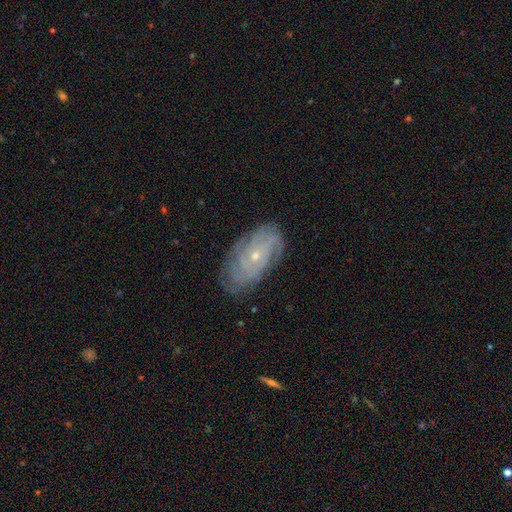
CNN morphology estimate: Smooth or featured? Predicted: featured or disk (p=0.82). Edge-on disk? Predicted: no (p=0.95). Bar? Predicted: no (p=0.75). Spiral arms? Predicted: yes (p=0.96). Spiral winding? Predicted: tight (p=0.74). Spiral arm count? Predicted: can't tell (p=0.33). Bulge size? Predicted: small (p=0.72). Merging? Predicted: none (p=0.78).